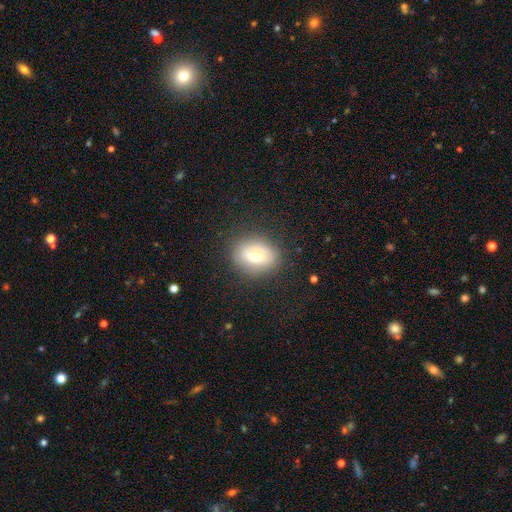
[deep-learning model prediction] Smooth or featured? smooth (72%)
How rounded? in between (62%)
Merging? none (81%)